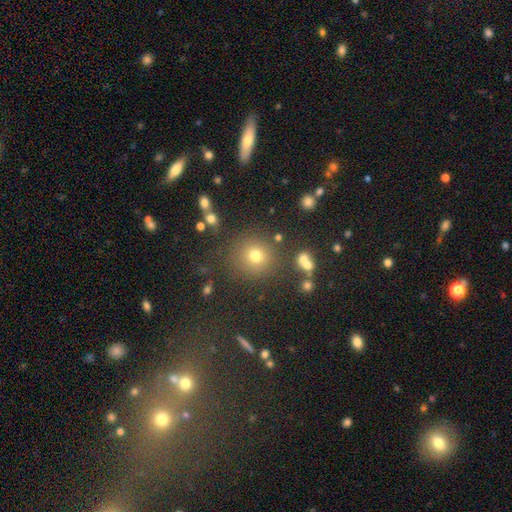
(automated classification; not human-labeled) A smooth galaxy with no disk features (73%) that is round (91%).

Vote fractions:
- Smooth or featured? smooth: 73% / star or artifact: 18% / featured or disk: 9%
- How rounded? round: 91% / in between: 8% / cigar-shaped: 1%
- Merging? none: 81% / minor disturbance: 9% / merger: 6% / major disturbance: 4%